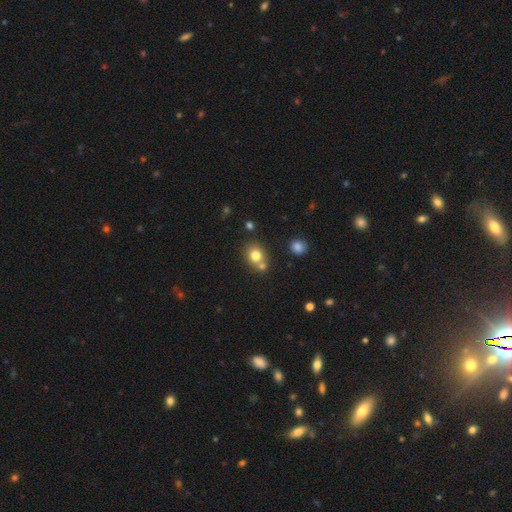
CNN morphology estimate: smooth-or-featured: smooth: 78% | star or artifact: 12% | featured or disk: 11%
  how-rounded: round: 71% | in between: 28% | cigar-shaped: 1%
  merging: none: 55% | merger: 33% | minor disturbance: 9% | major disturbance: 3%